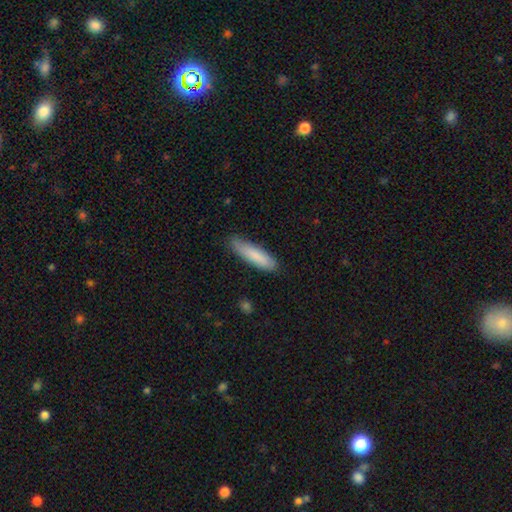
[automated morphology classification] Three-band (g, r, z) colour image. It shows a smooth galaxy with no disk features (84%) that is cigar-shaped (73%). Merging: none (79%).